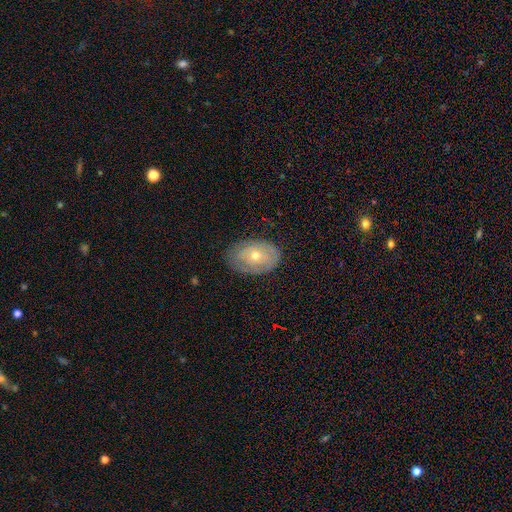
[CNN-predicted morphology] Smooth or featured?
  - featured or disk: 49% *
  - smooth: 44%
  - star or artifact: 7%
Merging?
  - none: 78% *
  - minor disturbance: 17%
  - major disturbance: 4%
  - merger: 1%